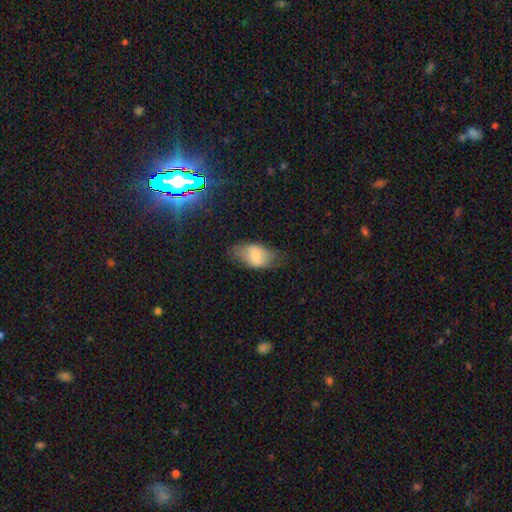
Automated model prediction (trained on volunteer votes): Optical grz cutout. It shows a smooth galaxy with no disk features (71%) that is in between round and cigar-shaped (90%). Merging: none (53%).